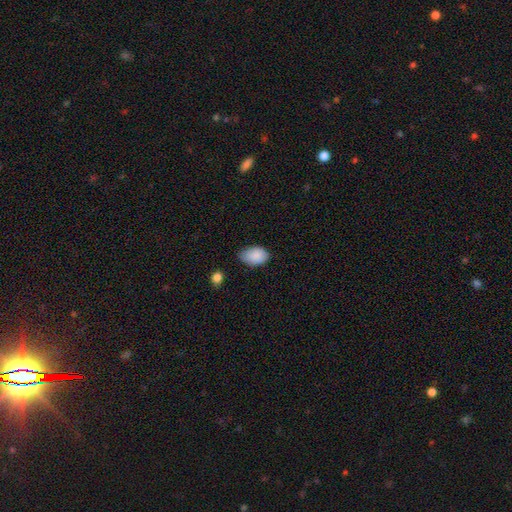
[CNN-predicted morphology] smooth 88%, star or artifact 7%, featured or disk 5%. Down the decision tree: how rounded — in between (89%); merging — none (65%).